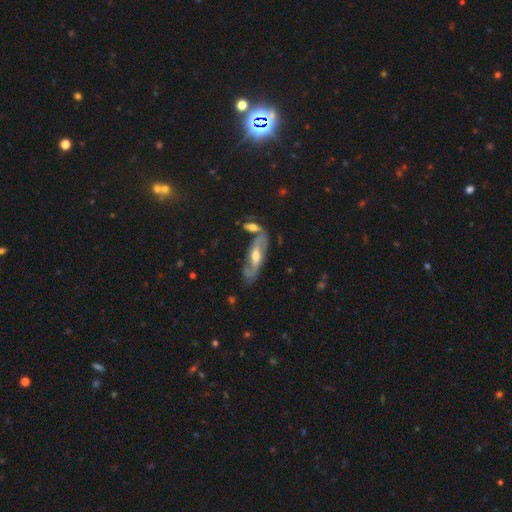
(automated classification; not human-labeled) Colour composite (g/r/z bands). It shows a featured or disk galaxy (79%) with a weak bar (41%), 2 (84%) medium (47%) spiral arms (89%) and a moderate central bulge (69%). Merging: none (69%).